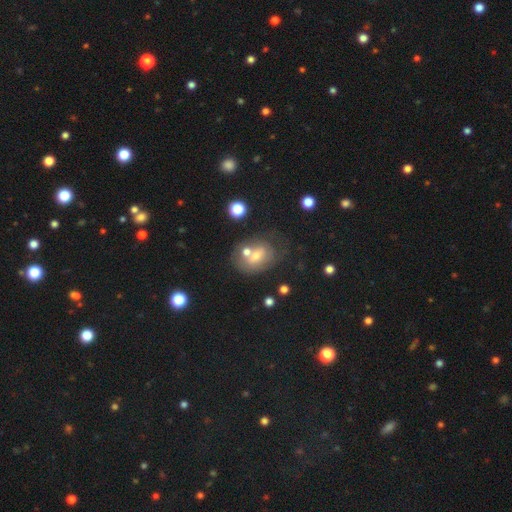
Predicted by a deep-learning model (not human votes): This is possibly a smooth galaxy (46%). Merging: marginally none (43%).